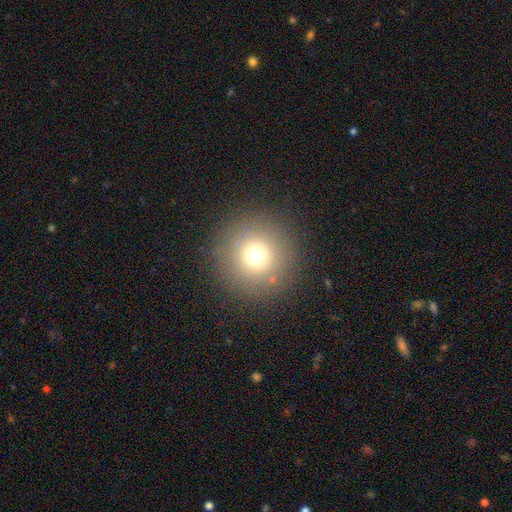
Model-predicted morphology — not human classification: smooth_or_featured: smooth (p=0.71) [alt: star or artifact p=0.18]
how_rounded: round (p=0.96) [alt: in between p=0.03]
merging: none (p=0.89) [alt: minor disturbance p=0.06]